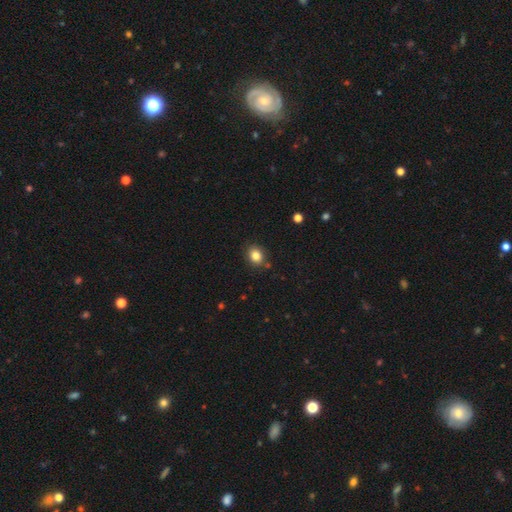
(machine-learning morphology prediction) This appears to be a smooth galaxy with no disk features (83%) that is round (63%). Merging: none (84%).